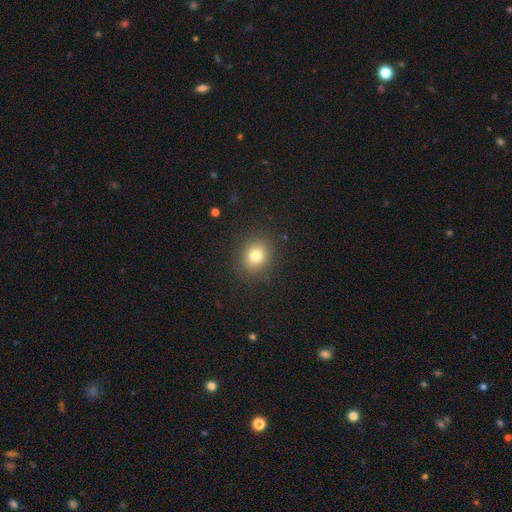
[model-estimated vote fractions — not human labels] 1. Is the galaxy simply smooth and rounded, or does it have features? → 79% smooth, 13% star or artifact, 9% featured or disk.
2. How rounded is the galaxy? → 67% round, 32% in between, 1% cigar-shaped.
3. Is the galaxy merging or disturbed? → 87% none, 8% minor disturbance, 3% major disturbance, 1% merger.